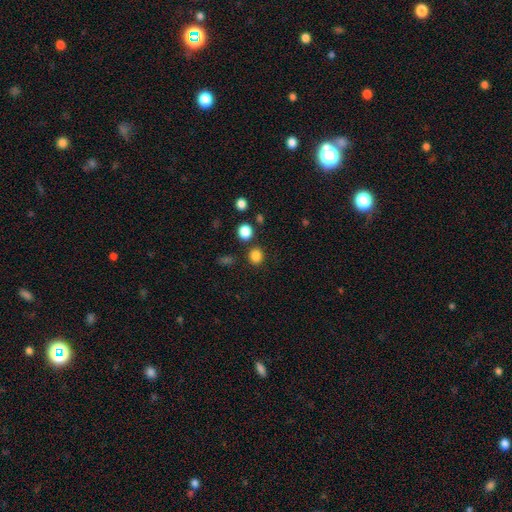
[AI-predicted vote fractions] Morphology: type=smooth (83%); roundness=round (81%); merging=none (83%).